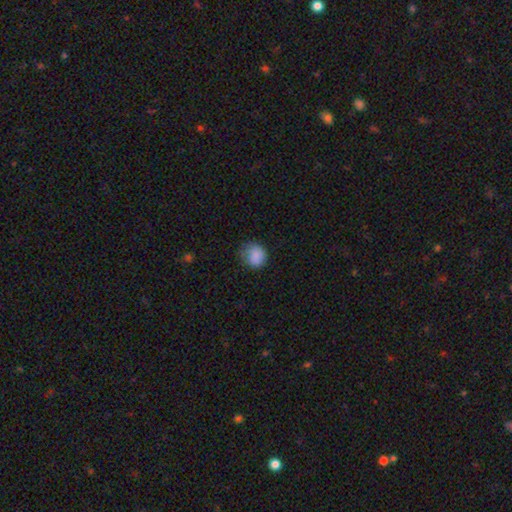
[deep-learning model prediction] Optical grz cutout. It shows a smooth galaxy with no disk features (85%) that is round (76%). Merging: none (62%).